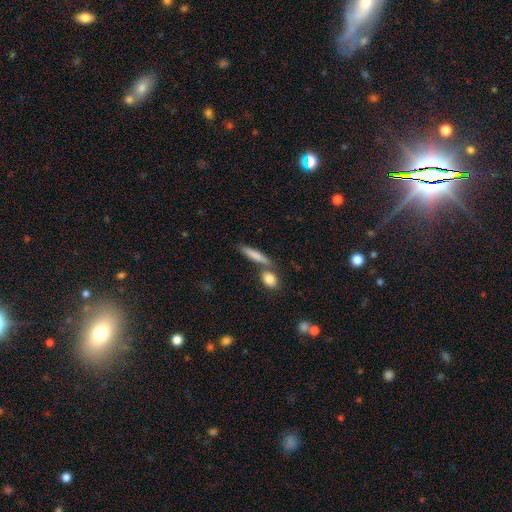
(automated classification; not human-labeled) Q: Smooth or featured?
A: smooth (76%); runner-up: featured or disk (17%)
Q: How rounded?
A: cigar-shaped (76%); runner-up: in between (19%)
Q: Merging?
A: none (62%); runner-up: merger (24%)